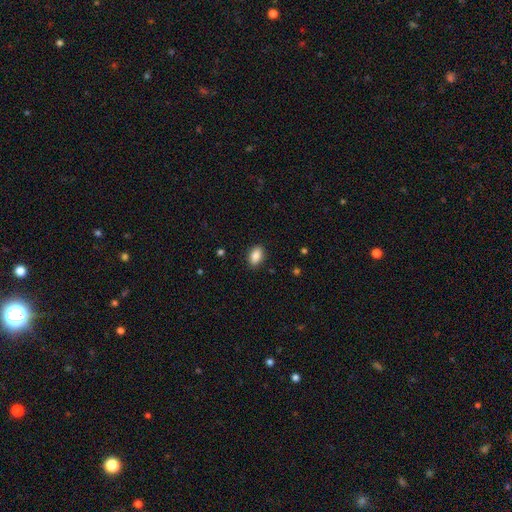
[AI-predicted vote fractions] This is clearly a smooth galaxy (87%). How rounded: clearly in between (89%). Merging: clearly none (87%).